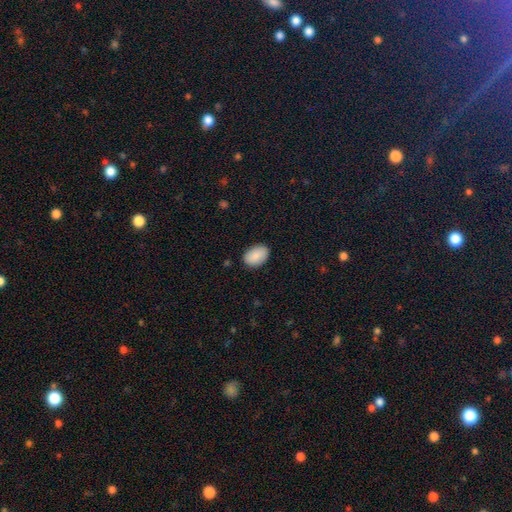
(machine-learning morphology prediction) Q: Smooth or featured?
A: smooth (88%); runner-up: star or artifact (6%)
Q: How rounded?
A: in between (87%); runner-up: round (12%)
Q: Merging?
A: none (87%); runner-up: minor disturbance (10%)